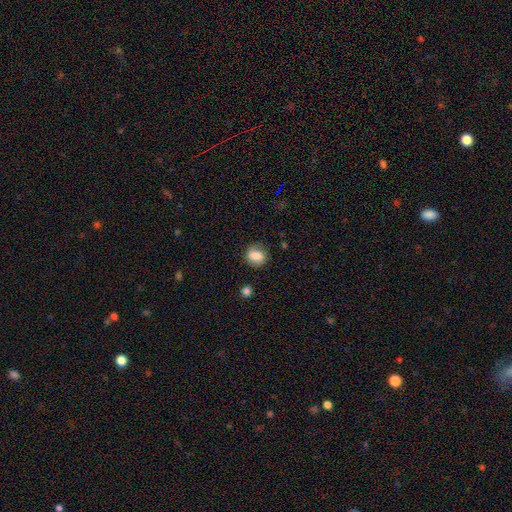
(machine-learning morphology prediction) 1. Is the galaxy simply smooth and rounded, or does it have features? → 79% smooth, 12% featured or disk, 9% star or artifact.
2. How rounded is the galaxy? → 63% round, 35% in between, 1% cigar-shaped.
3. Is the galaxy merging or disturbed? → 73% none, 19% minor disturbance, 6% major disturbance, 2% merger.